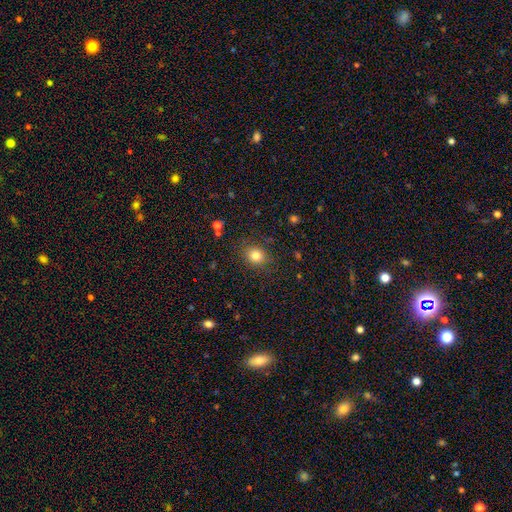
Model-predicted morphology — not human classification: smooth 81%, star or artifact 13%, featured or disk 6%. Down the decision tree: how rounded — round (72%); merging — none (85%).